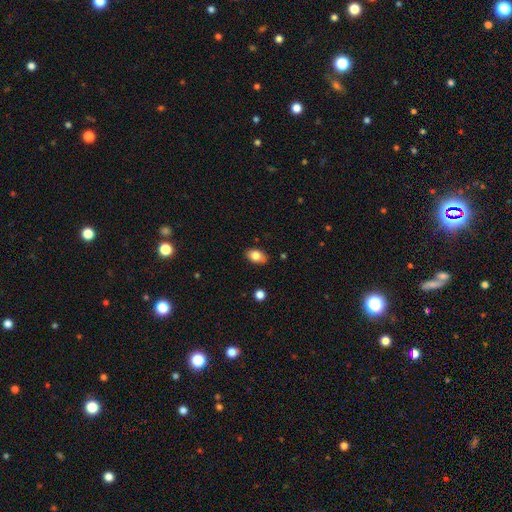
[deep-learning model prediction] A smooth galaxy with no disk features (81%) that is in between round and cigar-shaped (89%).

Vote fractions:
- Smooth or featured? smooth: 81% / featured or disk: 11% / star or artifact: 8%
- How rounded? in between: 89% / round: 10% / cigar-shaped: 2%
- Merging? none: 83% / minor disturbance: 13% / major disturbance: 2% / merger: 1%